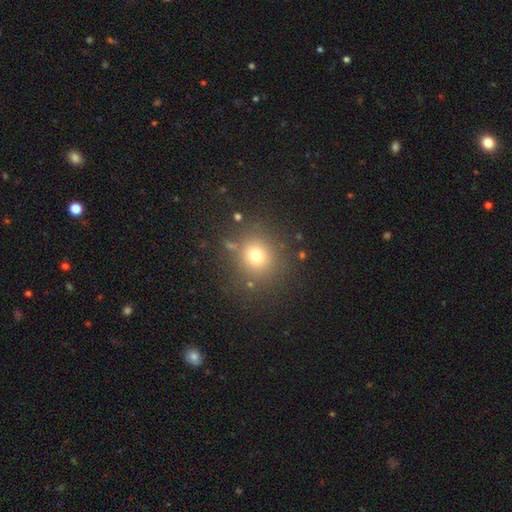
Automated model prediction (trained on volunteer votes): Q: Smooth or featured?
A: smooth (72%); runner-up: star or artifact (19%)
Q: How rounded?
A: round (88%); runner-up: in between (11%)
Q: Merging?
A: none (83%); runner-up: minor disturbance (9%)